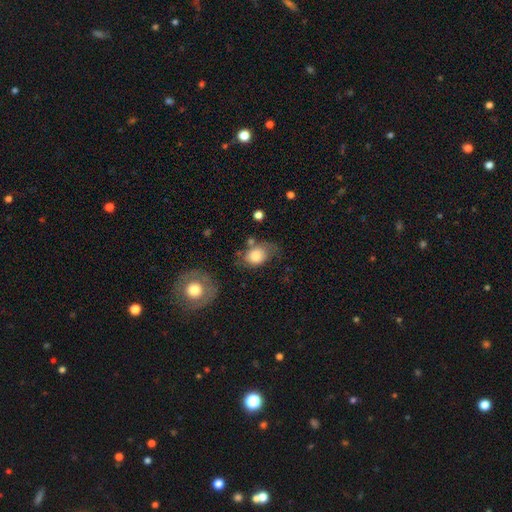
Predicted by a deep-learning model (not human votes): This is likely a smooth galaxy (73%). How rounded: likely in between (68%). Merging: possibly none (47%).